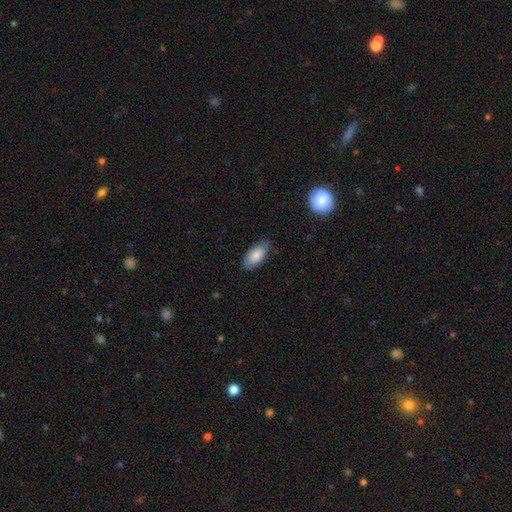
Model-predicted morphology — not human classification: smooth_or_featured: smooth (p=0.80) [alt: featured or disk p=0.14]
how_rounded: in between (p=0.91) [alt: cigar-shaped p=0.07]
merging: none (p=0.78) [alt: minor disturbance p=0.17]